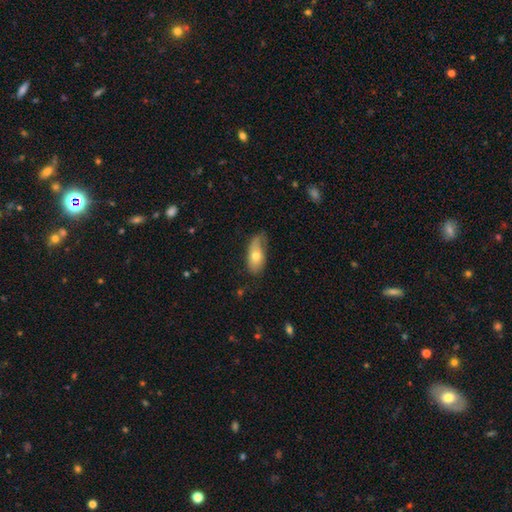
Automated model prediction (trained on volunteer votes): Overall: smooth (66%; featured or disk 27%). How rounded: in between (86%). Merging: none (51%; minor disturbance 35%).